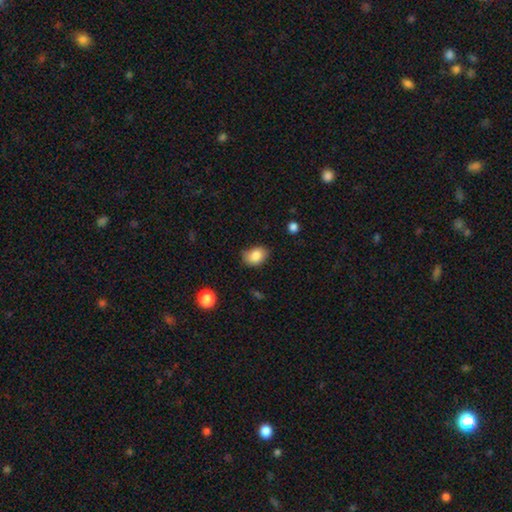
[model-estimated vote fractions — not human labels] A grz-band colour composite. It shows a smooth galaxy with no disk features (85%) that is in between round and cigar-shaped (69%). Merging: none (68%).